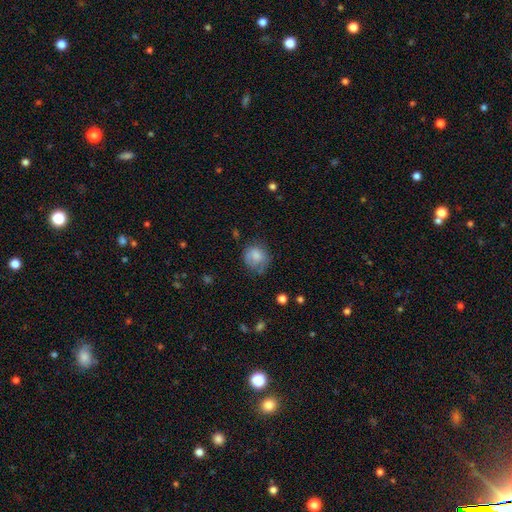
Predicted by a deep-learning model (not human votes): Morphology: type=smooth (75%); roundness=round (71%); merging=none (52%).